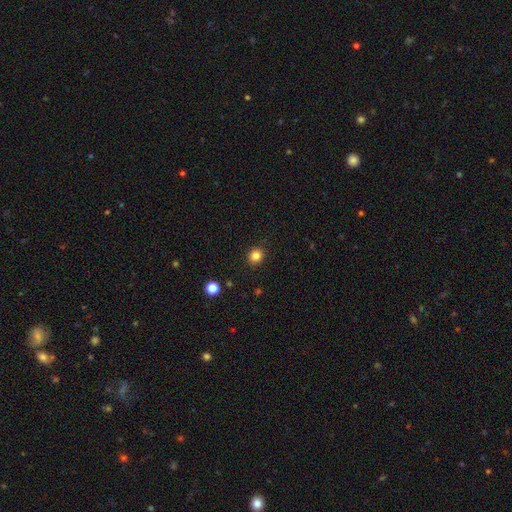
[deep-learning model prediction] This appears to be a smooth galaxy with no disk features (84%) that is round (86%). Merging: none (91%).